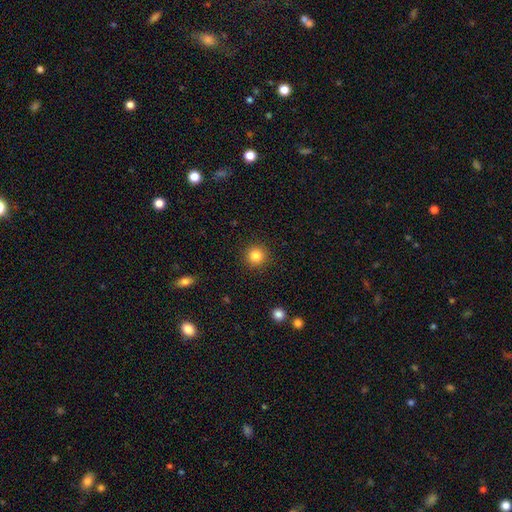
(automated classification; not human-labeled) smooth_or_featured: smooth (p=0.83) [alt: star or artifact p=0.11]
how_rounded: round (p=0.95) [alt: in between p=0.05]
merging: none (p=0.91) [alt: minor disturbance p=0.06]